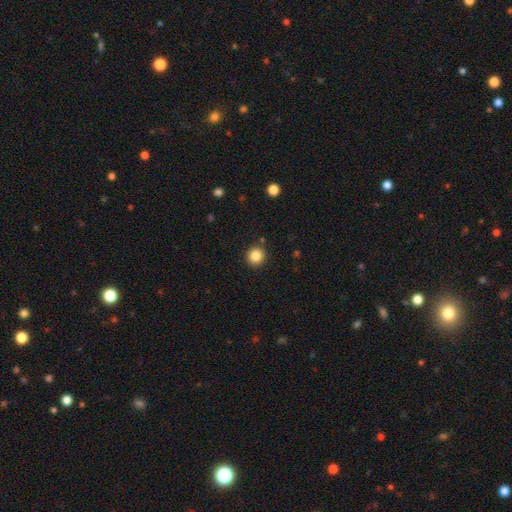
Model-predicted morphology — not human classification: Smooth or featured?
  - smooth: 85% *
  - star or artifact: 11%
  - featured or disk: 5%
How rounded?
  - round: 92% *
  - in between: 7%
  - cigar-shaped: 1%
Merging?
  - none: 89% *
  - minor disturbance: 6%
  - merger: 2%
  - major disturbance: 2%